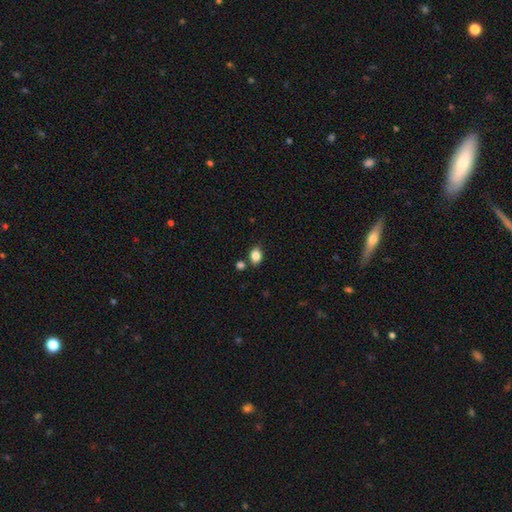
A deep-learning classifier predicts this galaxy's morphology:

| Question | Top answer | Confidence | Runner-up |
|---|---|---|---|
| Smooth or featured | smooth | 85% | star or artifact (10%) |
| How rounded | in between | 66% | round (33%) |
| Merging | none | 76% | minor disturbance (12%) |